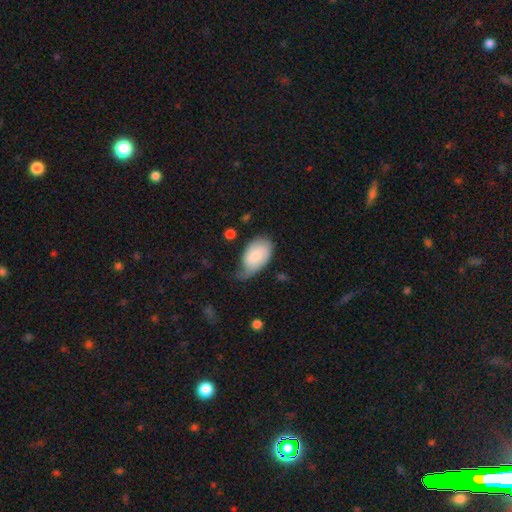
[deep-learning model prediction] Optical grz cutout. It shows a smooth galaxy with no disk features (70%) that is in between round and cigar-shaped (91%). Merging: minor disturbance (45%).